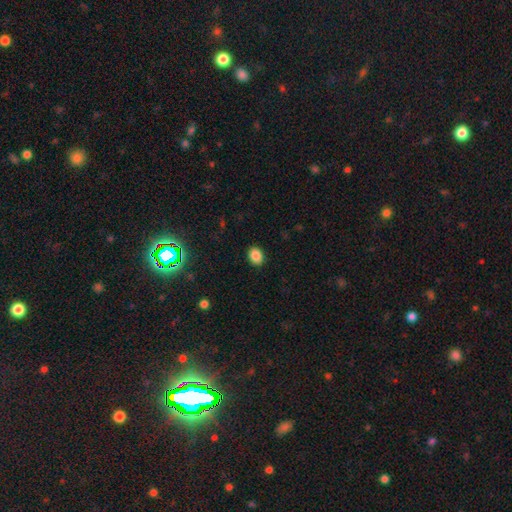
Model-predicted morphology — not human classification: type=smooth (86%); roundness=in between (56%); merging=none (90%).